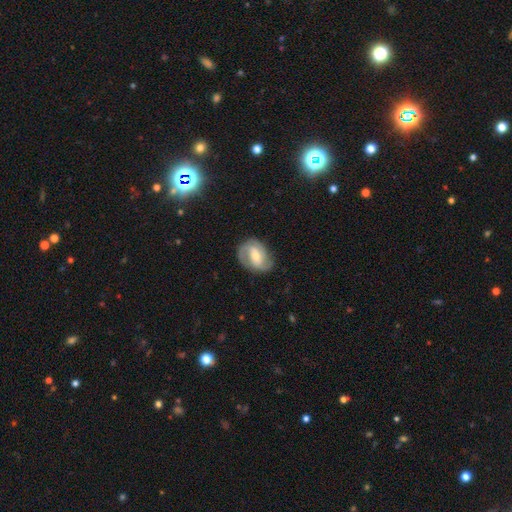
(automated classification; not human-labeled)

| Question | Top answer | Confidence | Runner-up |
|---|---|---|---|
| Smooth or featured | featured or disk | 74% | smooth (20%) |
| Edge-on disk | no | 97% | yes (3%) |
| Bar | weak | 46% | strong (32%) |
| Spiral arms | yes | 90% | no (10%) |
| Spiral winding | medium | 45% | tight (39%) |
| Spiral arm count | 2 | 75% | can't tell (11%) |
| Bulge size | moderate | 52% | small (37%) |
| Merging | none | 75% | minor disturbance (17%) |